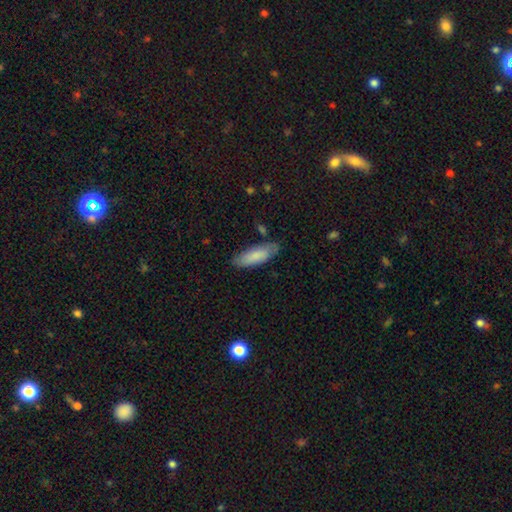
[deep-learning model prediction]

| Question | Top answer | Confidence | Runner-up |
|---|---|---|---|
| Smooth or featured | smooth | 83% | featured or disk (12%) |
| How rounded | in between | 59% | cigar-shaped (40%) |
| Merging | none | 78% | minor disturbance (17%) |